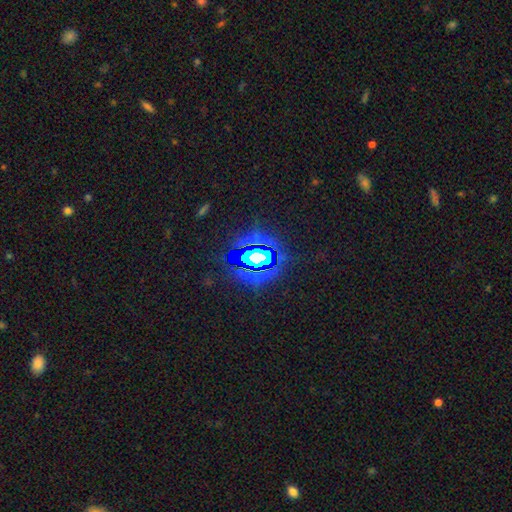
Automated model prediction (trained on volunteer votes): Q: Smooth or featured?
A: star or artifact (73%); runner-up: featured or disk (14%)